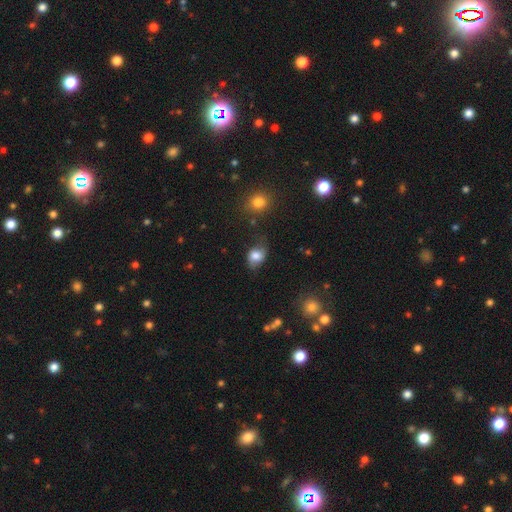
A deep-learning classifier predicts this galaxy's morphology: Smooth or featured?
  - smooth: 71% *
  - featured or disk: 19%
  - star or artifact: 9%
How rounded?
  - in between: 60% *
  - round: 39%
  - cigar-shaped: 1%
Merging?
  - none: 59% *
  - minor disturbance: 28%
  - major disturbance: 10%
  - merger: 3%